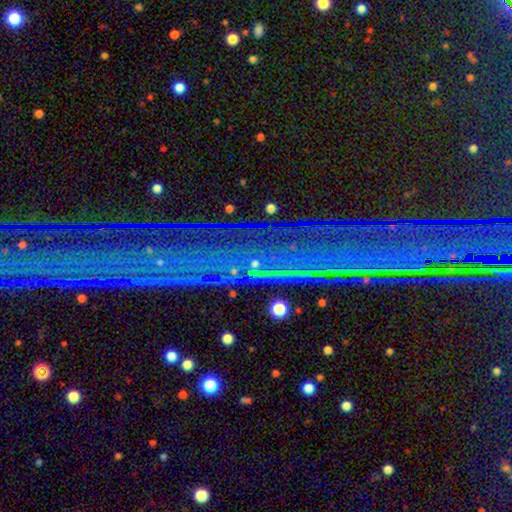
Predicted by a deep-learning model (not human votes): Overall: star or artifact (82%).